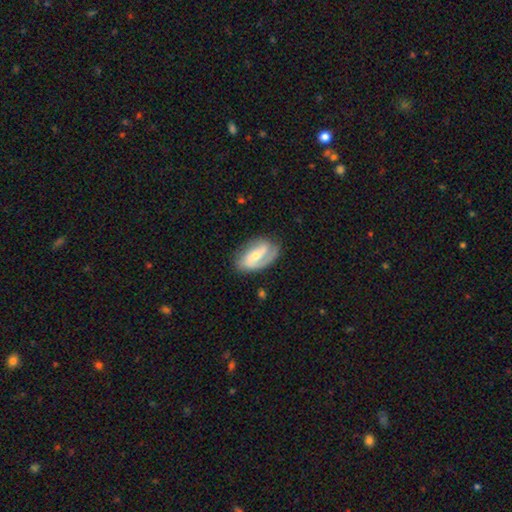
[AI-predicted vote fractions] featured or disk 75%, smooth 20%, star or artifact 5%. Down the decision tree: edge-on disk — no (95%); bar — weak (38%); spiral arms — yes (90%); spiral arm count — 2 (57%); spiral winding — medium (41%); bulge size — moderate (48%); merging — none (69%).